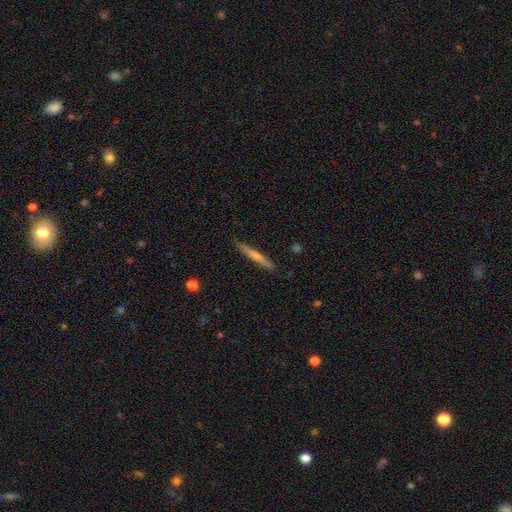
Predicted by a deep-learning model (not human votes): A featured or disk galaxy (54%) viewed edge-on (97%) with a rounded central bulge (57%).

Vote fractions:
- Smooth or featured? featured or disk: 54% / smooth: 40% / star or artifact: 6%
- Edge-on disk? yes: 97% / no: 3%
- Edge-on bulge? rounded: 57% / none: 38% / boxy: 5%
- Merging? none: 90% / minor disturbance: 7% / major disturbance: 1% / merger: 1%